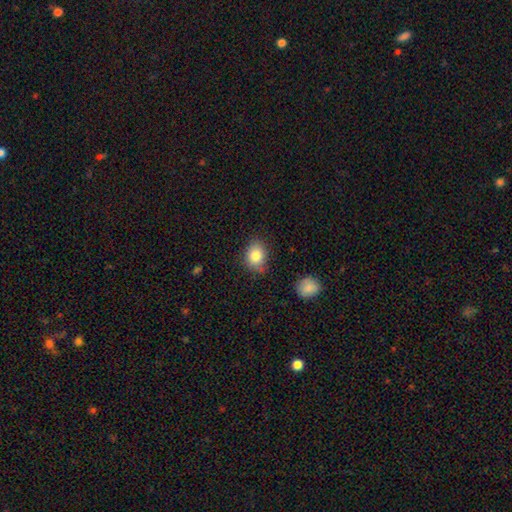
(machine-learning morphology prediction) This is clearly a smooth galaxy (83%). How rounded: possibly in between (57%). Merging: likely none (76%).